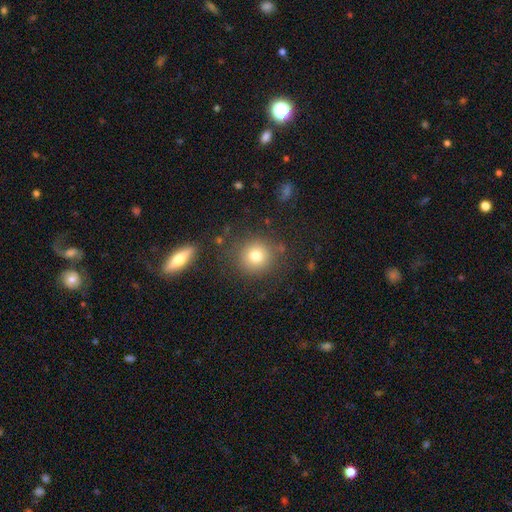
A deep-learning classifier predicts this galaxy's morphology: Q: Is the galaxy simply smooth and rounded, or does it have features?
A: smooth — 79%.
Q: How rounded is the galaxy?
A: round — 91%.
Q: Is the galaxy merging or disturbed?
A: none — 83%.